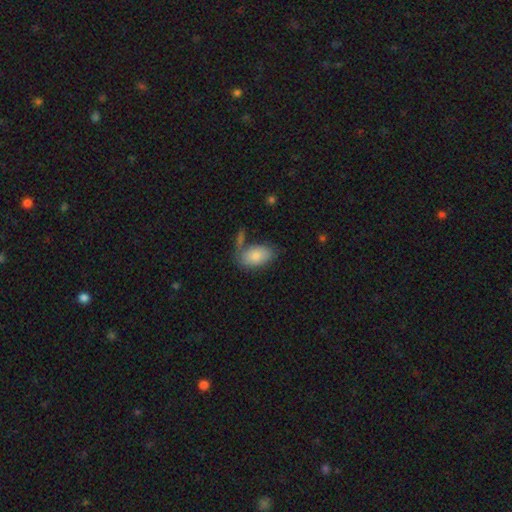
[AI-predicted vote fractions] Smooth or featured? Predicted: smooth (p=0.82). How rounded? Predicted: in between (p=0.93). Merging? Predicted: none (p=0.56).